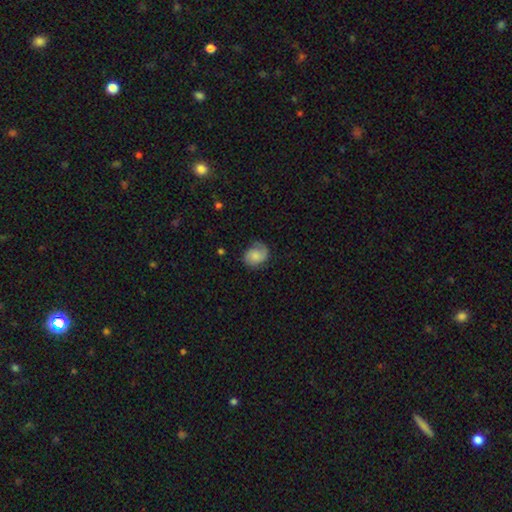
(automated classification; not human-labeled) The model was most divided on "how rounded": round: 57%, in between: 42%, cigar-shaped: 1%. More confident: merging — none (64%); smooth or featured — smooth (55%).